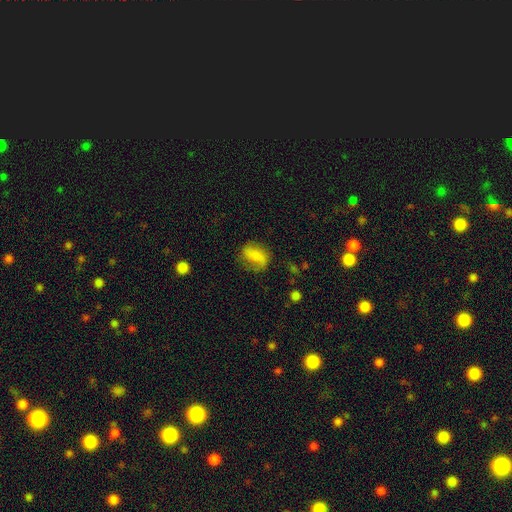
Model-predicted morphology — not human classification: Overall: smooth (56%; featured or disk 35%). How rounded: in between (72%). Merging: none (64%).